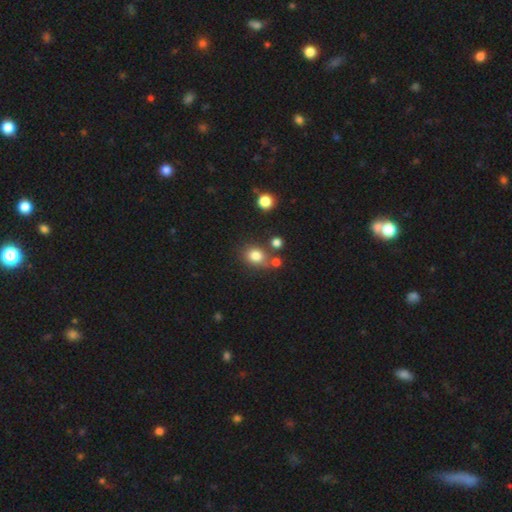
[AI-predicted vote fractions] A smooth galaxy with no disk features (80%) that is round (57%). Merging: none (66%).